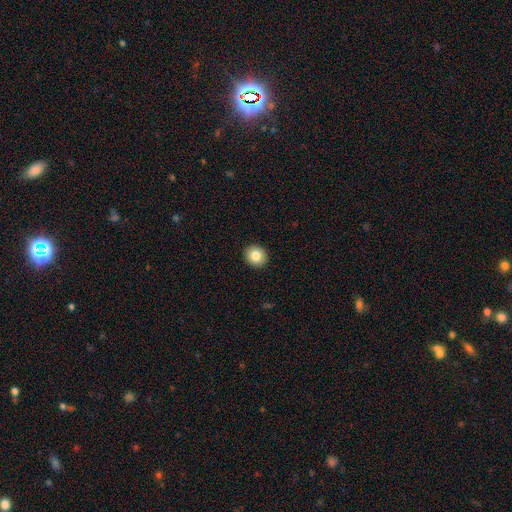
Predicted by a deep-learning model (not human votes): Smooth or featured? Predicted: smooth (p=0.83). How rounded? Predicted: round (p=0.84). Merging? Predicted: none (p=0.93).